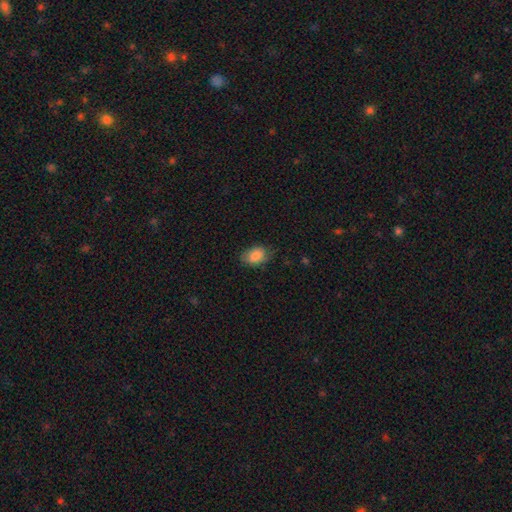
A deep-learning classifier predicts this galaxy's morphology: Smooth or featured? Predicted: smooth (p=0.86). How rounded? Predicted: in between (p=0.79). Merging? Predicted: none (p=0.73).